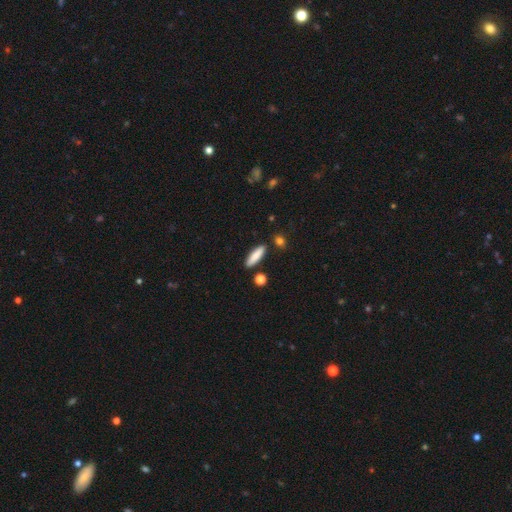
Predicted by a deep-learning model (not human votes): Smooth or featured? Predicted: smooth (p=0.83). How rounded? Predicted: cigar-shaped (p=0.63). Merging? Predicted: none (p=0.86).